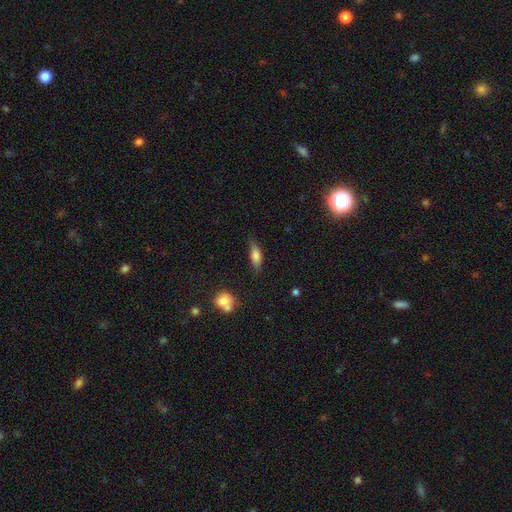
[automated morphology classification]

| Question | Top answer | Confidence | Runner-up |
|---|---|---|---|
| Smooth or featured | smooth | 70% | featured or disk (22%) |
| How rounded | in between | 61% | cigar-shaped (35%) |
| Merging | none | 70% | minor disturbance (23%) |